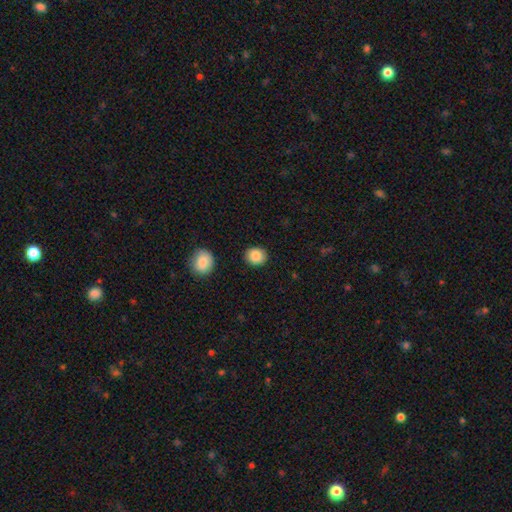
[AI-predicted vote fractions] Overall: smooth (88%). How rounded: round (74%). Merging: none (89%).